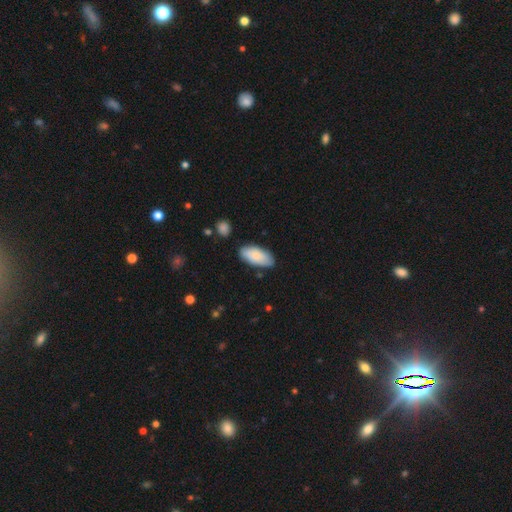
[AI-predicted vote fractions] smooth-or-featured: smooth: 82% | featured or disk: 12% | star or artifact: 6%
  how-rounded: in between: 92% | cigar-shaped: 6% | round: 2%
  merging: none: 78% | minor disturbance: 16% | major disturbance: 3% | merger: 3%